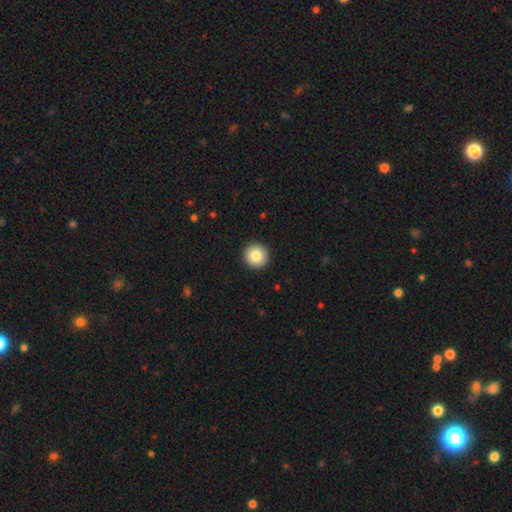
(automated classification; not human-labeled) smooth 84%, star or artifact 9%, featured or disk 8%. Down the decision tree: how rounded — round (96%); merging — none (93%).